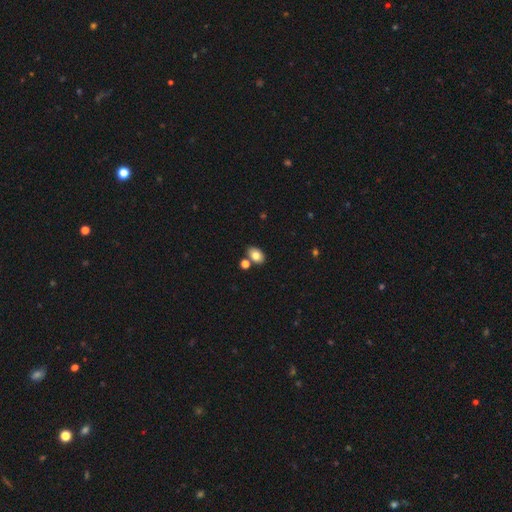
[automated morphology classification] Smooth or featured? smooth (80%)
How rounded? in between (80%)
Merging? none (74%)